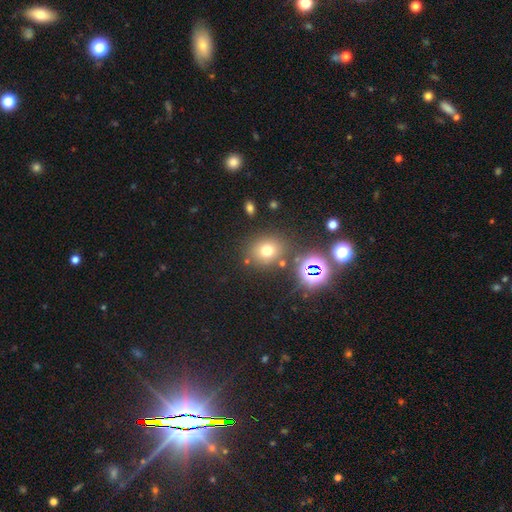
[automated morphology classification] A smooth galaxy with no disk features (45%).

Vote fractions:
- Smooth or featured? smooth: 45% / star or artifact: 44% / featured or disk: 10%
- Merging? none: 82% / minor disturbance: 9% / merger: 6% / major disturbance: 3%